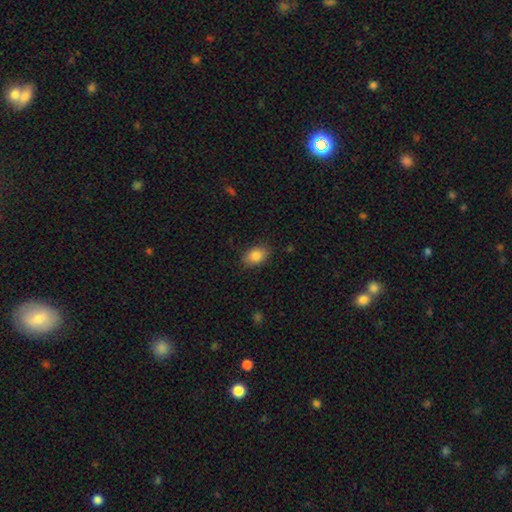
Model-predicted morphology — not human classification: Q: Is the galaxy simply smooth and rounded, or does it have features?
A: smooth — 86%.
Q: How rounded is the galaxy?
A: in between — 83%.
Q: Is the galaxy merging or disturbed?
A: none — 85%.